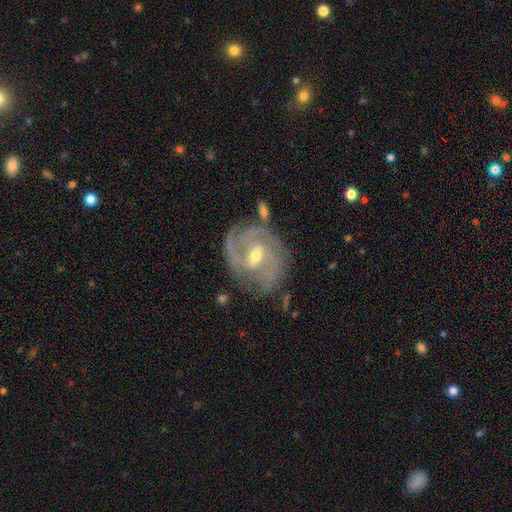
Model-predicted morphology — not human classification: smooth_or_featured: featured or disk (p=0.89) [alt: smooth p=0.06]
disk_edge_on: no (p=0.97) [alt: yes p=0.03]
bar: weak (p=0.53) [alt: strong p=0.30]
has_spiral_arms: yes (p=0.97) [alt: no p=0.03]
spiral_winding: tight (p=0.55) [alt: medium p=0.38]
spiral_arm_count: 2 (p=0.35) [alt: 3 p=0.34]
bulge_size: moderate (p=0.50) [alt: small p=0.47]
merging: none (p=0.68) [alt: minor disturbance p=0.20]